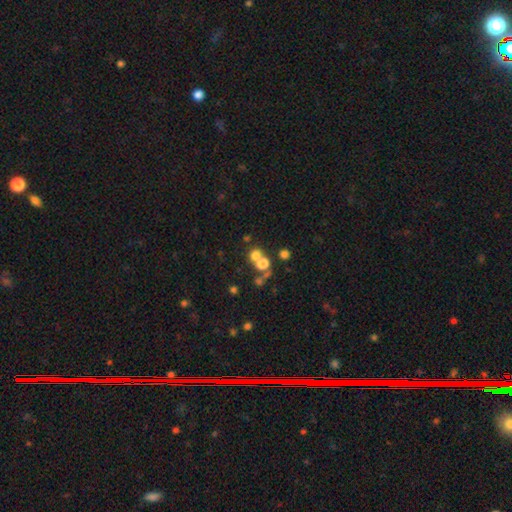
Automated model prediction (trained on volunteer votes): smooth-or-featured: smooth: 68% | star or artifact: 19% | featured or disk: 13%
  how-rounded: round: 79% | in between: 20% | cigar-shaped: 1%
  merging: none: 45% | merger: 43% | minor disturbance: 7% | major disturbance: 5%